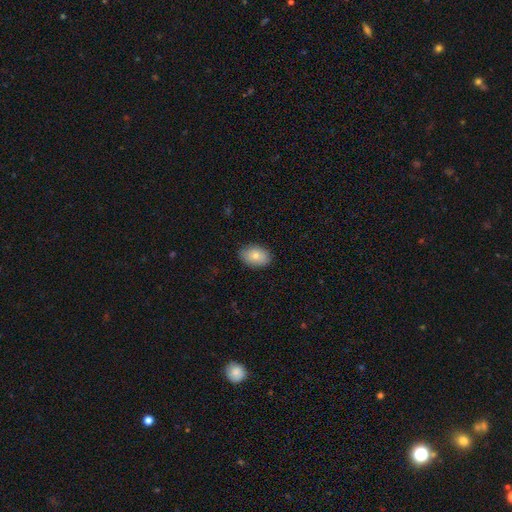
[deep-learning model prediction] Morphology: type=smooth (82%); roundness=in between (85%); merging=none (86%).